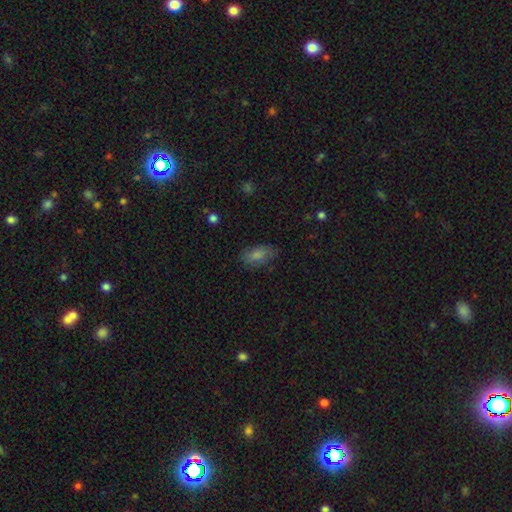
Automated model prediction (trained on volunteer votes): The model was most divided on "smooth or featured": smooth: 74%, star or artifact: 13%, featured or disk: 13%. More confident: how rounded — in between (88%); merging — none (78%).